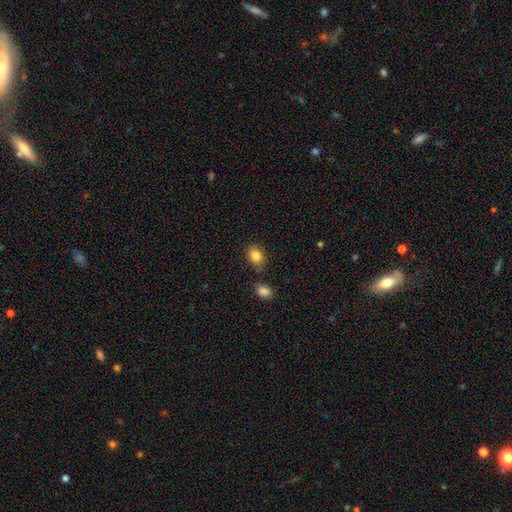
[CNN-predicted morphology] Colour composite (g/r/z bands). It shows a smooth galaxy with no disk features (84%) that is in between round and cigar-shaped (59%). Merging: none (74%).